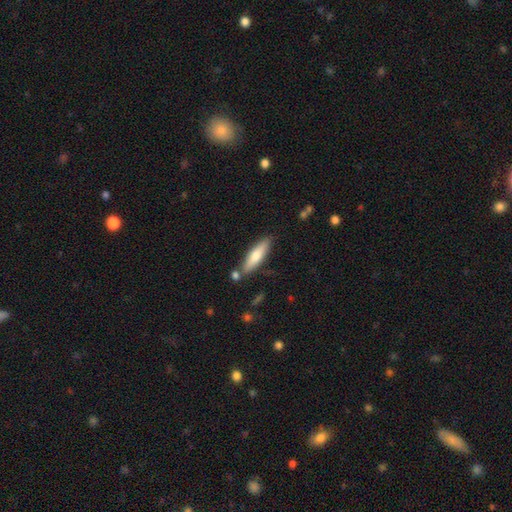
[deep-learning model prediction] Smooth or featured? smooth (68%)
How rounded? cigar-shaped (68%)
Merging? none (79%)